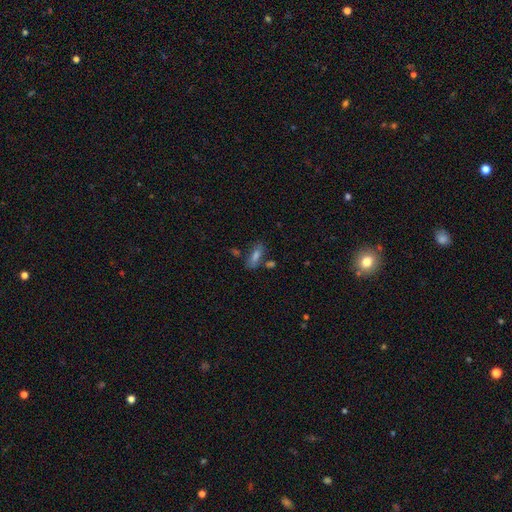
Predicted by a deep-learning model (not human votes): This is possibly a smooth galaxy (60%). How rounded: possibly in between (57%). Merging: likely none (67%).